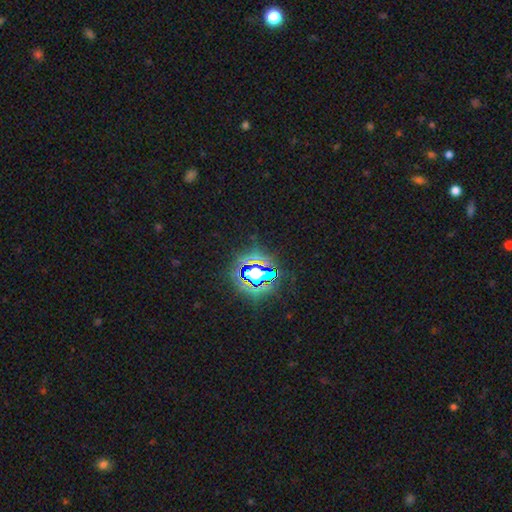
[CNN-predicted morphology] Smooth or featured? star or artifact (73%)